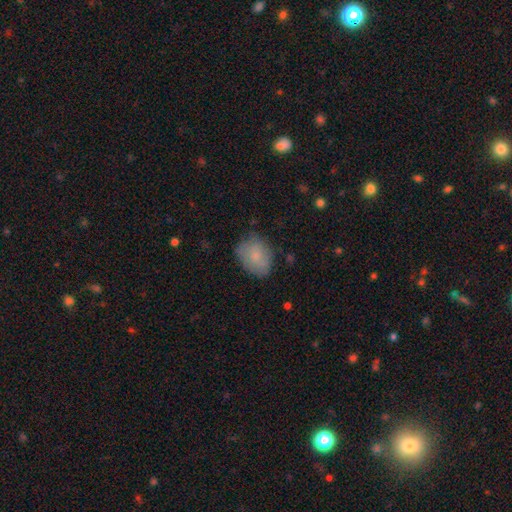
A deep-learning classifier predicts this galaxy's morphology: smooth_or_featured: smooth (p=0.73) [alt: featured or disk p=0.19]
how_rounded: in between (p=0.61) [alt: round p=0.38]
merging: none (p=0.71) [alt: minor disturbance p=0.22]